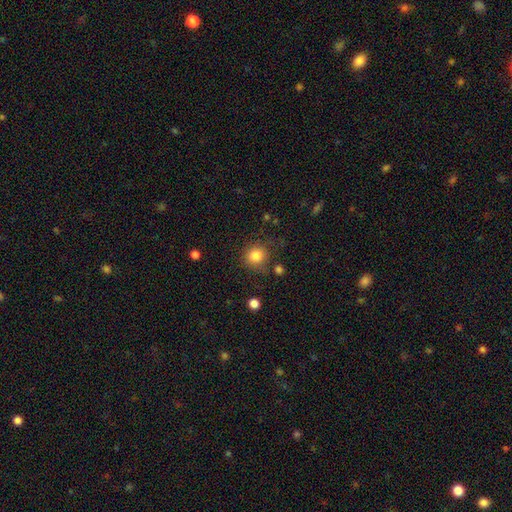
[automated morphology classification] Smooth or featured? Predicted: smooth (p=0.84). How rounded? Predicted: round (p=0.87). Merging? Predicted: none (p=0.77).